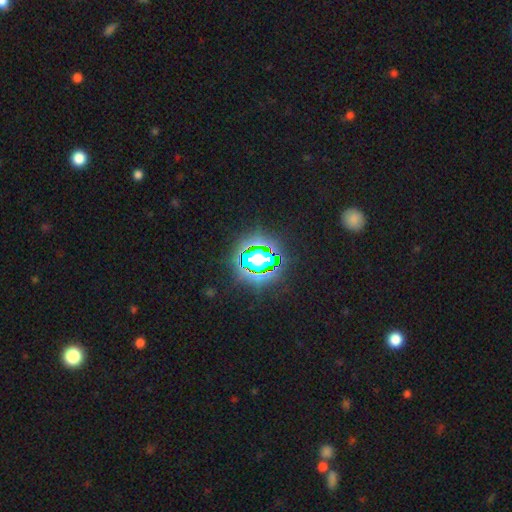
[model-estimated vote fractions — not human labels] Morphology: type=star or artifact (79%).